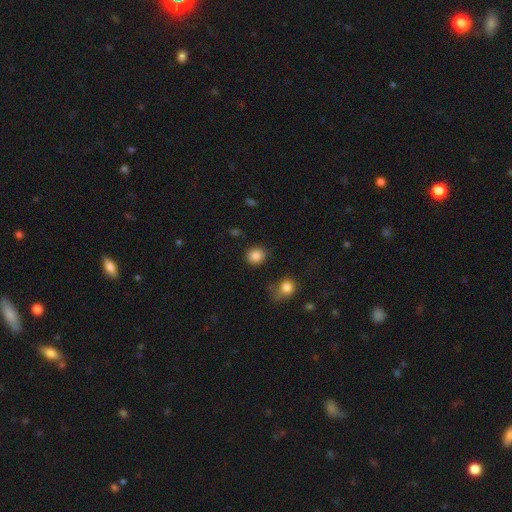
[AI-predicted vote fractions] A smooth galaxy with no disk features (86%) that is round (84%). Merging: none (85%).